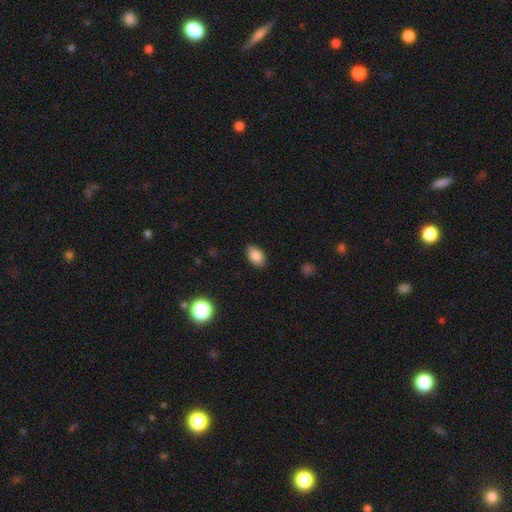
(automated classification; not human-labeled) Smooth or featured? Predicted: smooth (p=0.86). How rounded? Predicted: in between (p=0.90). Merging? Predicted: none (p=0.87).